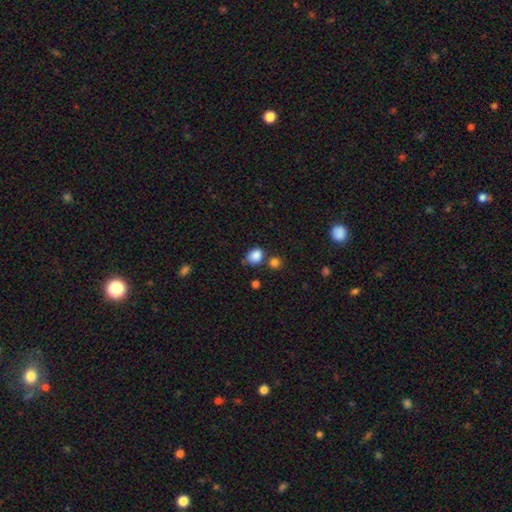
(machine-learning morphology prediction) type=smooth (86%); roundness=round (54%); merging=none (64%).